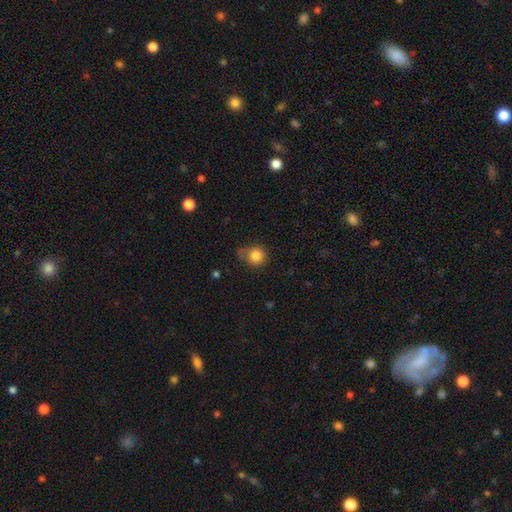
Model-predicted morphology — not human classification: The model was most divided on "merging": none: 56%, minor disturbance: 29%, major disturbance: 10%, merger: 5%. More confident: how rounded — round (88%); smooth or featured — smooth (84%).